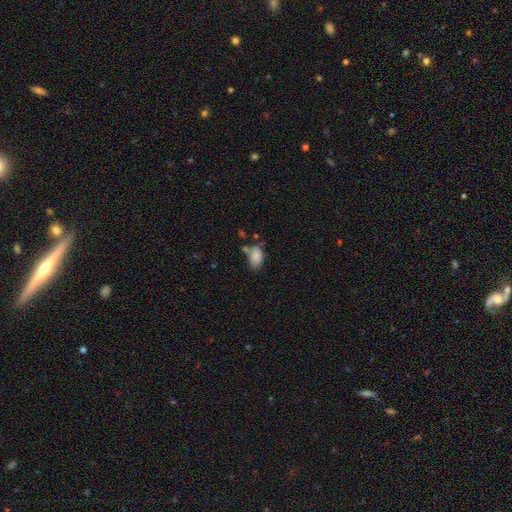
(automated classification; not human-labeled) This appears to be a smooth galaxy with no disk features (84%) that is in between round and cigar-shaped (91%). Merging: none (47%).